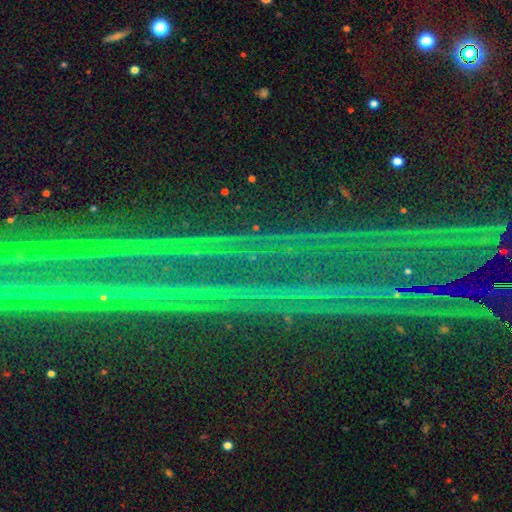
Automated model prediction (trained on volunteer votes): Overall: star or artifact (86%).